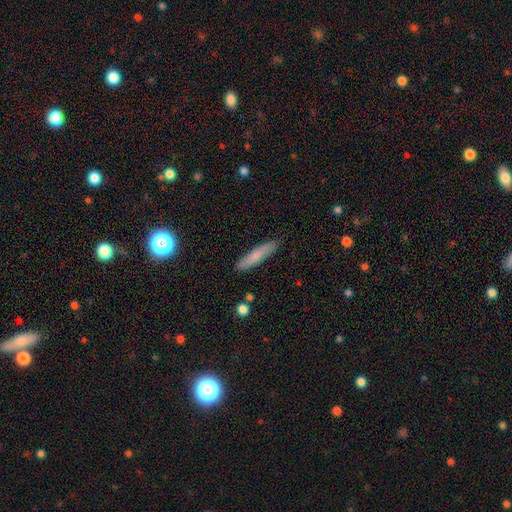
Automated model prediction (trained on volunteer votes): Smooth or featured? Predicted: smooth (p=0.73). How rounded? Predicted: cigar-shaped (p=0.88). Merging? Predicted: none (p=0.88).